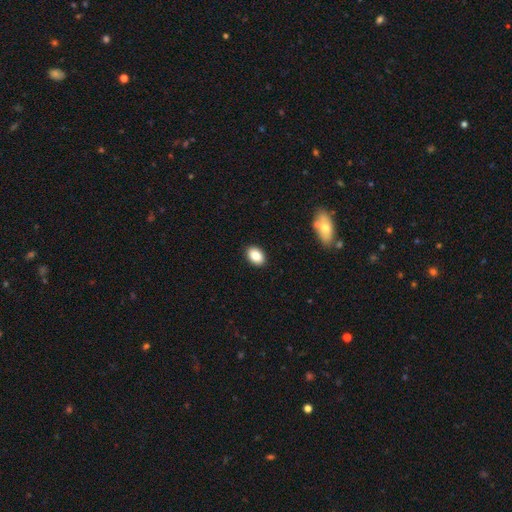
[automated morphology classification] smooth 85%, star or artifact 8%, featured or disk 7%. Down the decision tree: how rounded — in between (84%); merging — none (90%).